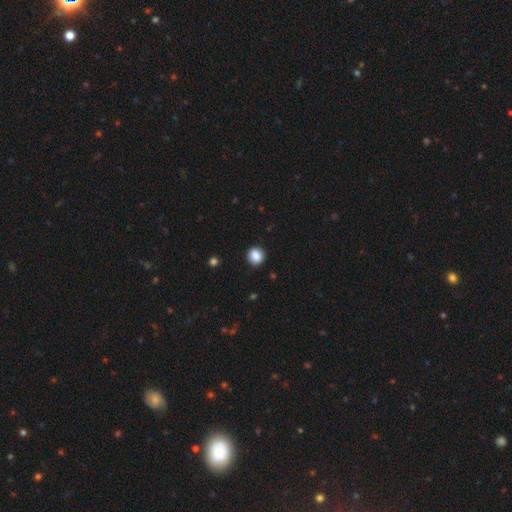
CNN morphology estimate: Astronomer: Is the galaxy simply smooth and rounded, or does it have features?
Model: smooth — 87%.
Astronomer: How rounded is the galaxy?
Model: round — 84%.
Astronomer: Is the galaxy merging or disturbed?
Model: none — 90%.